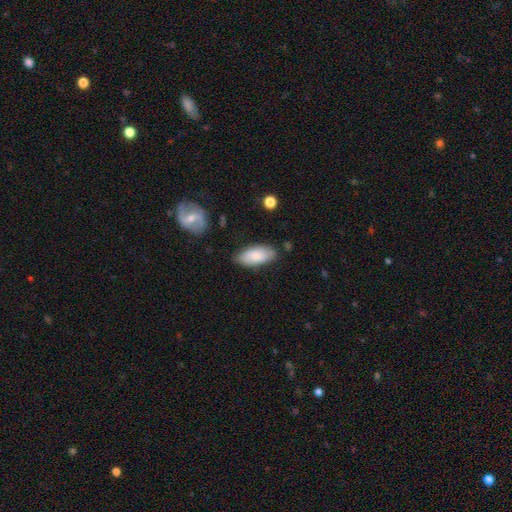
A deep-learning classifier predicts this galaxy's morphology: smooth-or-featured: smooth: 78% | featured or disk: 16% | star or artifact: 6%
  how-rounded: in between: 90% | cigar-shaped: 7% | round: 2%
  merging: none: 78% | minor disturbance: 17% | major disturbance: 3% | merger: 2%